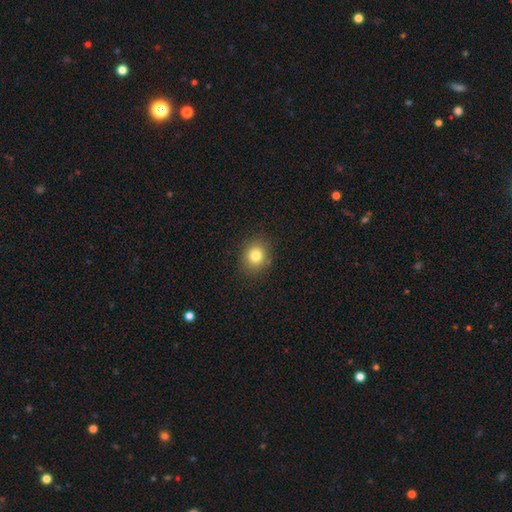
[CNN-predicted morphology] type=smooth (80%); roundness=round (74%); merging=none (88%).